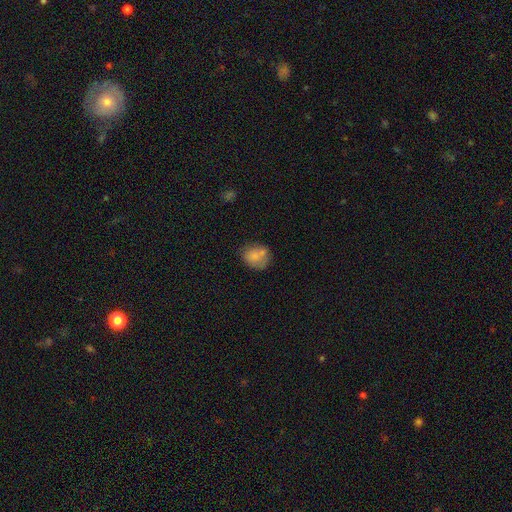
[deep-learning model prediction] Q: Smooth or featured?
A: smooth (74%); runner-up: featured or disk (16%)
Q: How rounded?
A: round (57%); runner-up: in between (42%)
Q: Merging?
A: none (53%); runner-up: minor disturbance (23%)